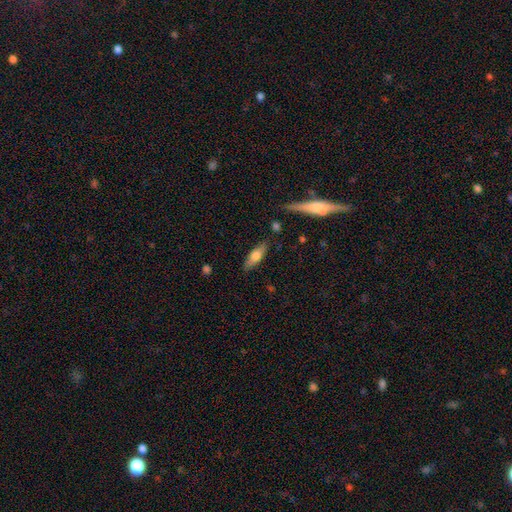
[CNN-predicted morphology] A smooth galaxy with no disk features (58%) that is cigar-shaped (50%). Merging: none (84%).